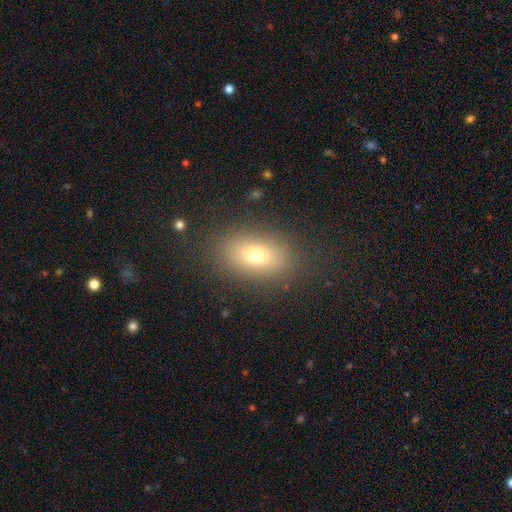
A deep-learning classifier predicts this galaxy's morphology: smooth 71%, featured or disk 15%, star or artifact 14%. Down the decision tree: how rounded — in between (81%); merging — none (85%).